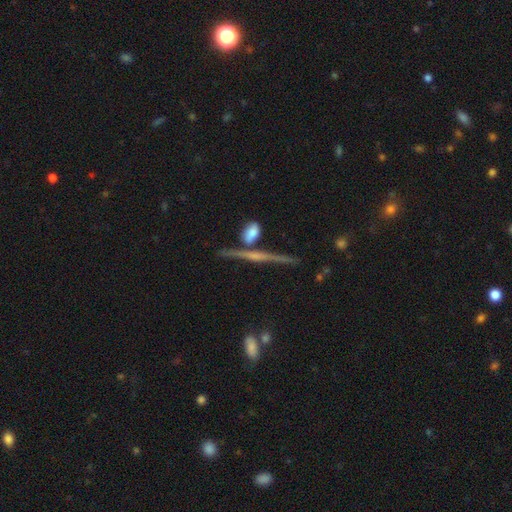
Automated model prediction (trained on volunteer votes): smooth_or_featured: featured or disk (p=0.71) [alt: smooth p=0.19]
disk_edge_on: yes (p=0.96) [alt: no p=0.04]
edge_on_bulge: rounded (p=0.49) [alt: none p=0.32]
merging: none (p=0.75) [alt: merger p=0.11]